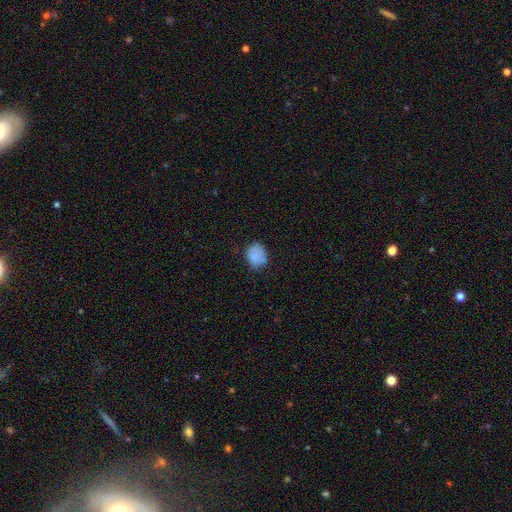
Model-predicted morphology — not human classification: Q: Smooth or featured?
A: smooth (82%); runner-up: star or artifact (10%)
Q: How rounded?
A: round (51%); runner-up: in between (48%)
Q: Merging?
A: none (64%); runner-up: minor disturbance (26%)